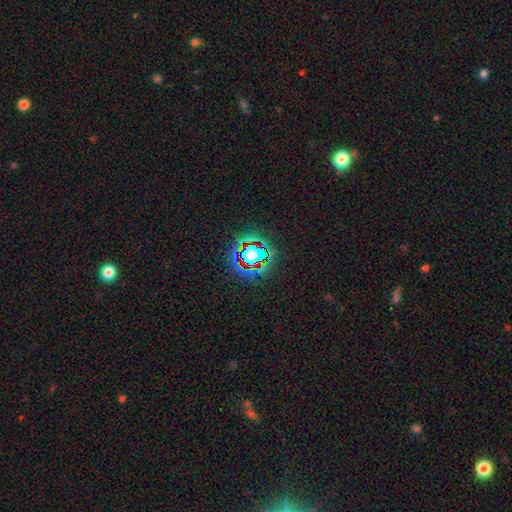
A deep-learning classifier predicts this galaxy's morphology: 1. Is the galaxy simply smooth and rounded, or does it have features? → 77% star or artifact, 14% smooth, 10% featured or disk.